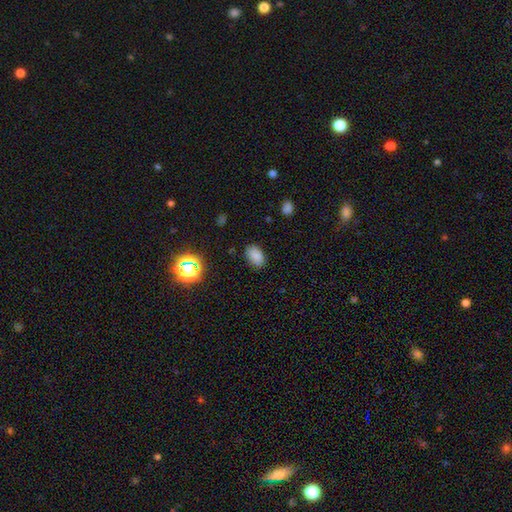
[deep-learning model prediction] smooth 83%, star or artifact 13%, featured or disk 4%. Down the decision tree: how rounded — in between (88%); merging — none (83%).